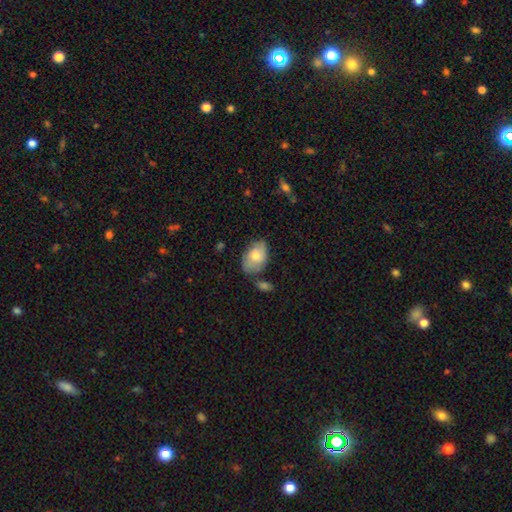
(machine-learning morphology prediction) This appears to be a smooth galaxy with no disk features (70%) that is in between round and cigar-shaped (87%). Merging: none (57%).